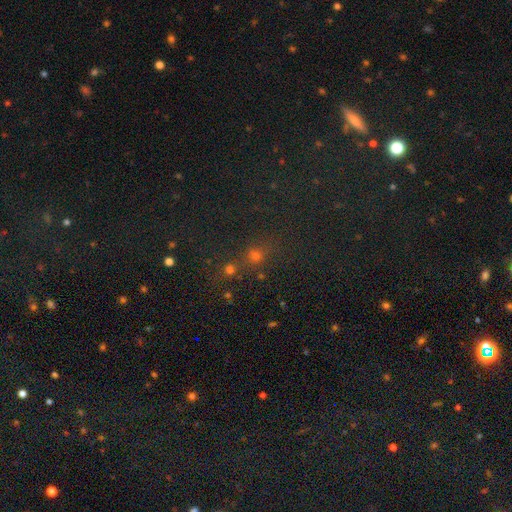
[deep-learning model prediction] Smooth or featured? Predicted: smooth (p=0.57). How rounded? Predicted: round (p=0.82). Merging? Predicted: none (p=0.59).